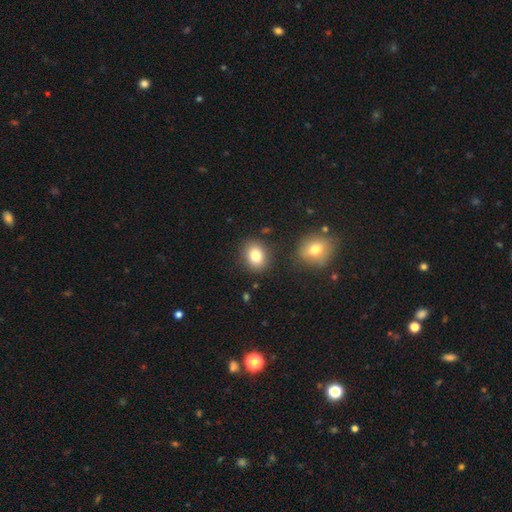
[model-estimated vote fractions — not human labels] Smooth or featured? Predicted: smooth (p=0.82). How rounded? Predicted: in between (p=0.52). Merging? Predicted: none (p=0.83).